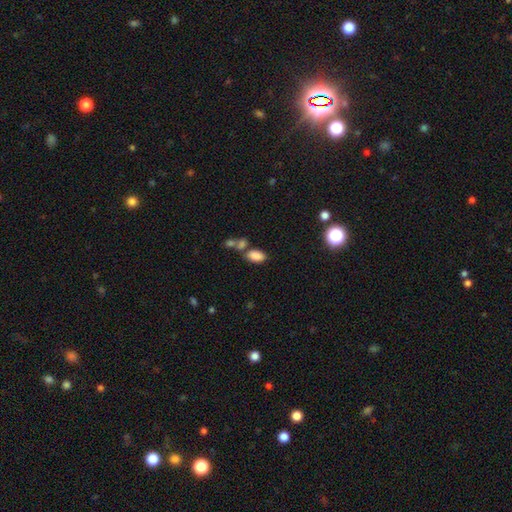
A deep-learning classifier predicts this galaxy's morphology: Smooth or featured?
  - smooth: 84% *
  - star or artifact: 10%
  - featured or disk: 6%
How rounded?
  - in between: 93% *
  - round: 4%
  - cigar-shaped: 3%
Merging?
  - none: 49% *
  - merger: 33%
  - minor disturbance: 12%
  - major disturbance: 5%